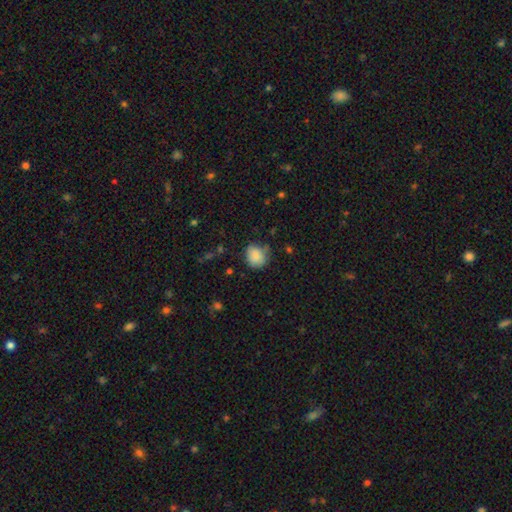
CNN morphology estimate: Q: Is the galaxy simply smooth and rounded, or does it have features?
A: smooth — 84%.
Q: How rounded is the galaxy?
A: round — 74%.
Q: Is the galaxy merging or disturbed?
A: none — 66%.